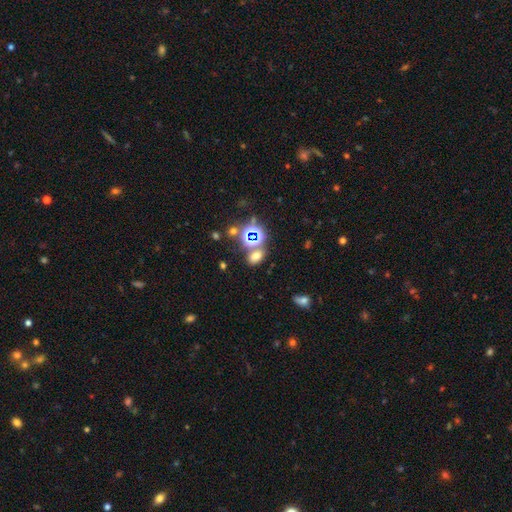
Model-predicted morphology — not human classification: A smooth galaxy with no disk features (57%) that is in between round and cigar-shaped (79%). Merging: none (68%).